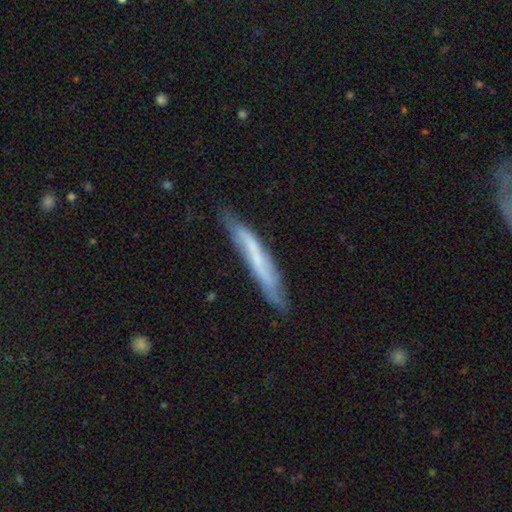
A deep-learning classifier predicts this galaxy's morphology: This appears to be a featured or disk galaxy (52%) viewed edge-on (70%). Merging: none (73%).